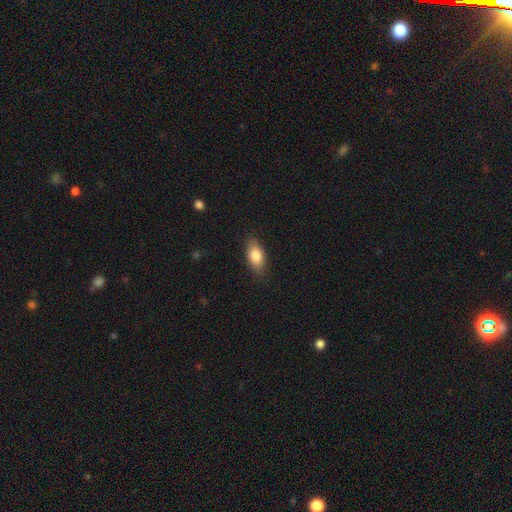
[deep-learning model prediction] Smooth or featured?
  - smooth: 83% *
  - featured or disk: 10%
  - star or artifact: 7%
How rounded?
  - in between: 88% *
  - cigar-shaped: 8%
  - round: 4%
Merging?
  - none: 86% *
  - minor disturbance: 11%
  - major disturbance: 2%
  - merger: 1%